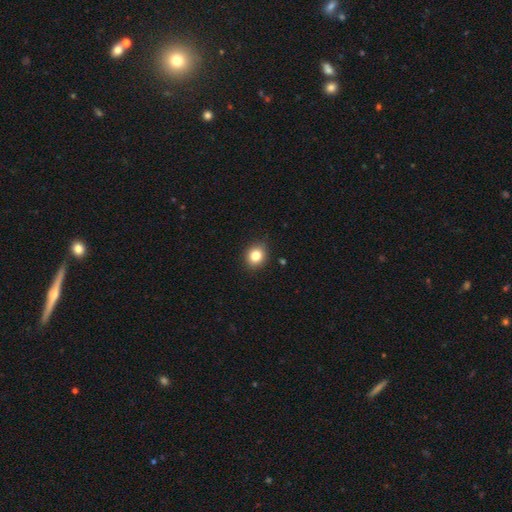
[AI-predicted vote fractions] A smooth galaxy with no disk features (83%) that is round (72%). Merging: none (88%).